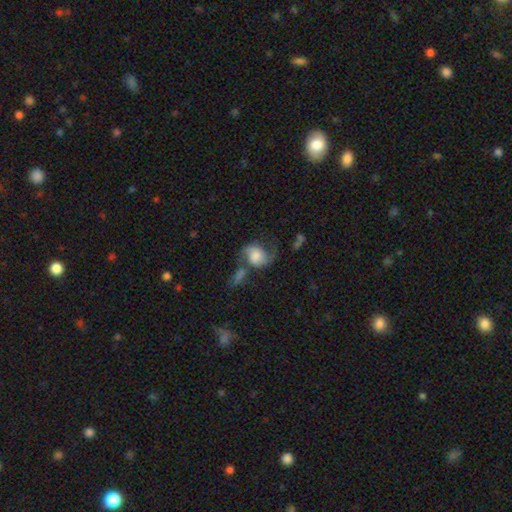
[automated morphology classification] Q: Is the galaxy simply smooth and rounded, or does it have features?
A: featured or disk — 65%.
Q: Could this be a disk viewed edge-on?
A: no — 97%.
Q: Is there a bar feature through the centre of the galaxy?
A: no — 62%.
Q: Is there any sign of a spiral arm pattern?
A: yes — 90%.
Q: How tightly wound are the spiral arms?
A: loose — 58%.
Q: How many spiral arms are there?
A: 2 — 87%.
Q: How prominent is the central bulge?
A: moderate — 36%.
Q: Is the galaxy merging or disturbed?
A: none — 36%.